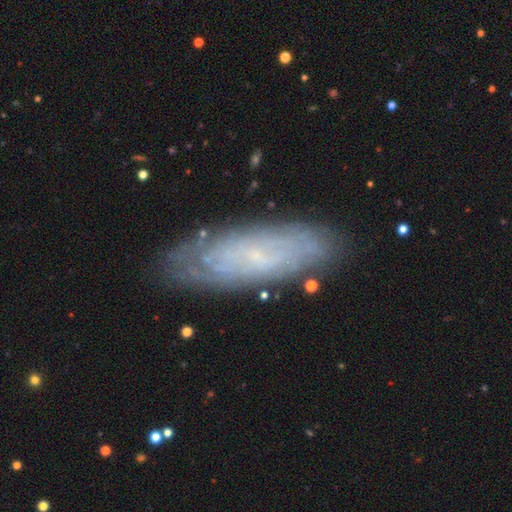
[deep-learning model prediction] This is likely a featured or disk galaxy (62%). It is likely not viewed edge-on (80%). Merging: clearly none (81%).